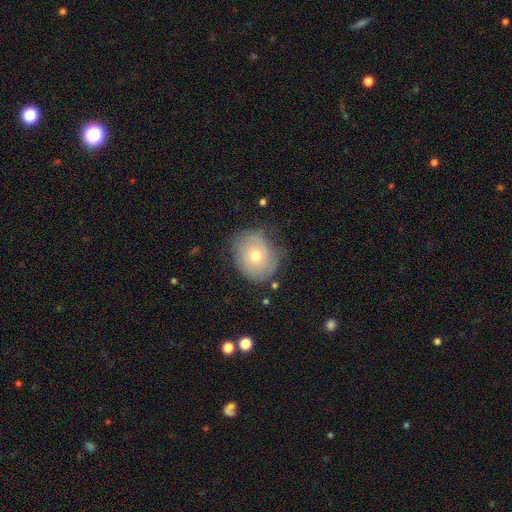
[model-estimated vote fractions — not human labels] This is possibly a featured or disk galaxy (46%). Merging: likely none (68%).